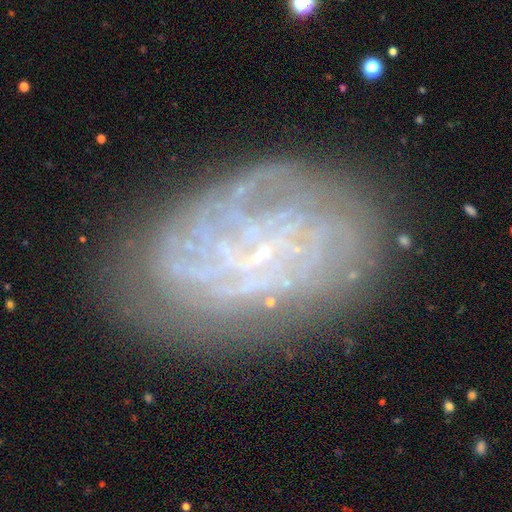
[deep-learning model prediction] smooth_or_featured: featured or disk (p=0.71) [alt: smooth p=0.15]
disk_edge_on: no (p=0.95) [alt: yes p=0.05]
bar: no (p=0.69) [alt: weak p=0.23]
has_spiral_arms: yes (p=0.84) [alt: no p=0.16]
spiral_winding: tight (p=0.72) [alt: medium p=0.20]
spiral_arm_count: can't tell (p=0.44) [alt: more than 4 p=0.14]
bulge_size: small (p=0.81) [alt: none p=0.10]
merging: none (p=0.76) [alt: minor disturbance p=0.15]